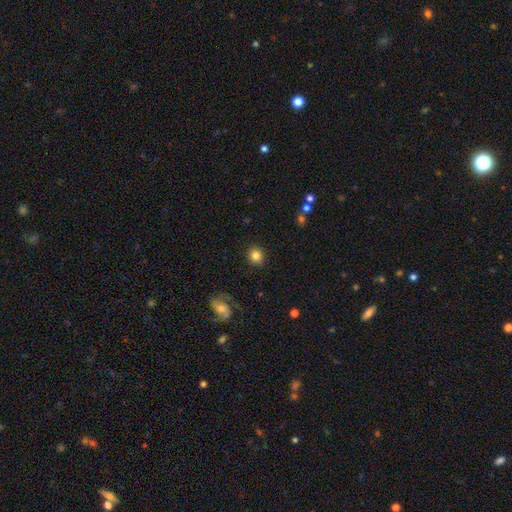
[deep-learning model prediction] smooth 84%, star or artifact 9%, featured or disk 7%. Down the decision tree: how rounded — round (80%); merging — none (89%).